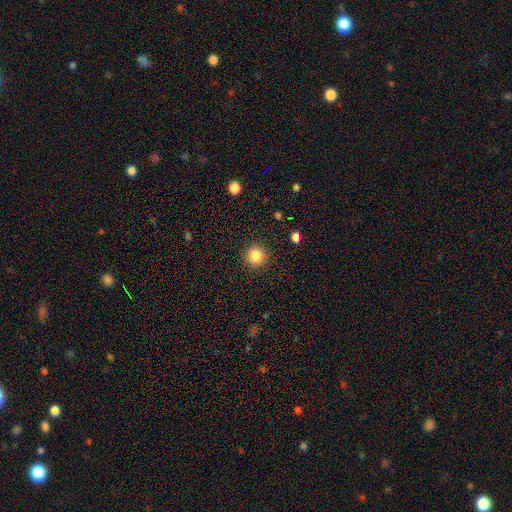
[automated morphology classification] smooth-or-featured: smooth: 85% | star or artifact: 10% | featured or disk: 5%
  how-rounded: round: 94% | in between: 5% | cigar-shaped: 1%
  merging: none: 91% | minor disturbance: 6% | major disturbance: 2% | merger: 1%